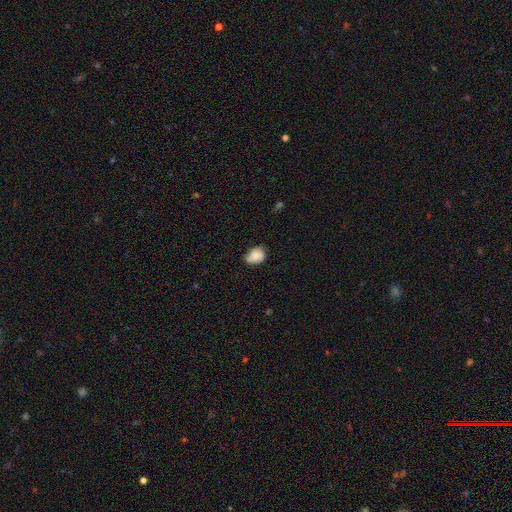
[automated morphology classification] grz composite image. It shows a smooth galaxy with no disk features (77%) that is in between round and cigar-shaped (63%). Merging: none (56%).